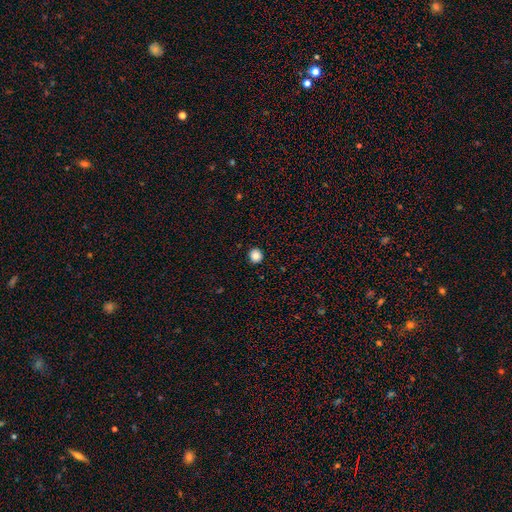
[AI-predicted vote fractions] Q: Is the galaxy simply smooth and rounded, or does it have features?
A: smooth — 84%.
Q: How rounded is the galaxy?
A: round — 92%.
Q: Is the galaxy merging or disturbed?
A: none — 93%.